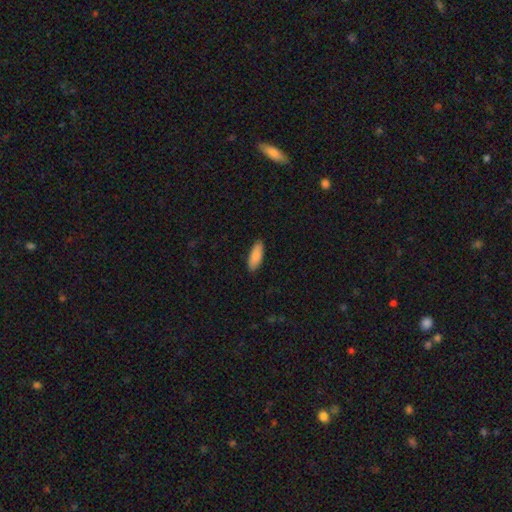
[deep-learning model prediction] smooth-or-featured: smooth: 89% | featured or disk: 6% | star or artifact: 6%
  how-rounded: in between: 72% | cigar-shaped: 26% | round: 2%
  merging: none: 89% | minor disturbance: 8% | major disturbance: 2% | merger: 1%